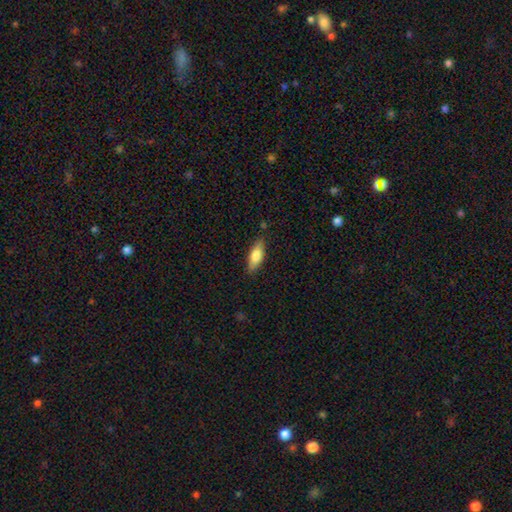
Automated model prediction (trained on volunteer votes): smooth_or_featured: smooth (p=0.72) [alt: featured or disk p=0.21]
how_rounded: in between (p=0.66) [alt: cigar-shaped p=0.32]
merging: none (p=0.83) [alt: minor disturbance p=0.13]